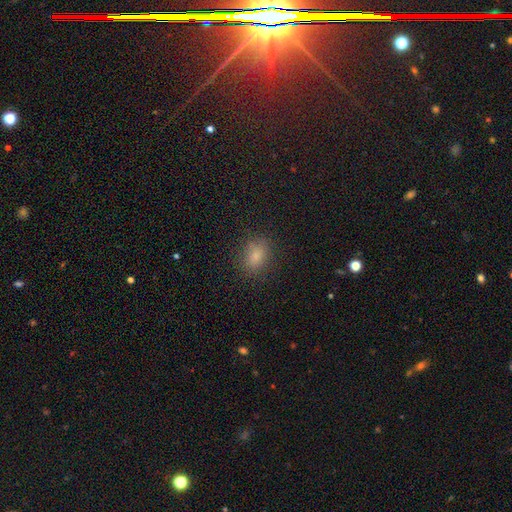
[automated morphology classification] This is clearly a smooth galaxy (80%). How rounded: likely in between (73%). Merging: clearly none (83%).